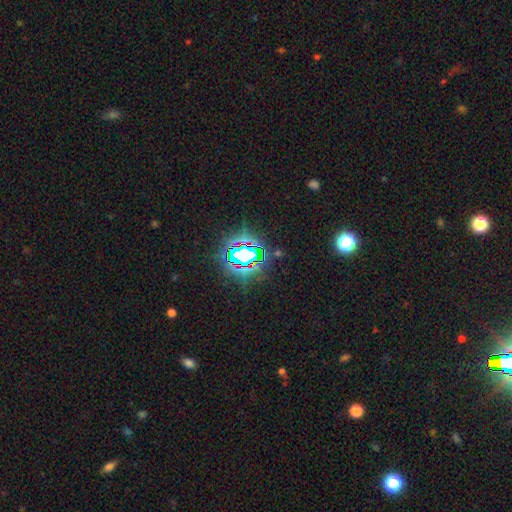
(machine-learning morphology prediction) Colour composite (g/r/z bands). It shows a star or artifact, not a galaxy (84%).